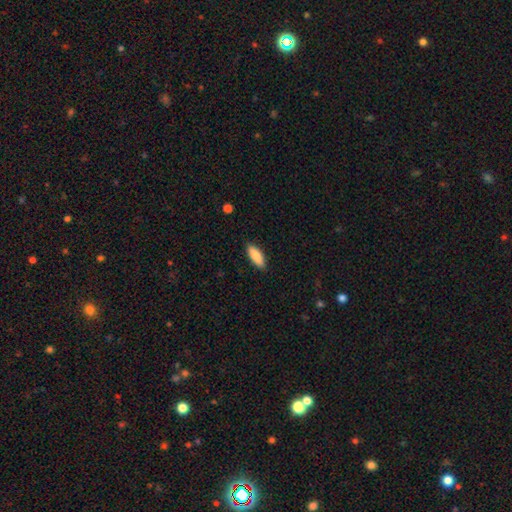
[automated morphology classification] This appears to be a smooth galaxy with no disk features (85%) that is in between round and cigar-shaped (62%). Merging: none (88%).